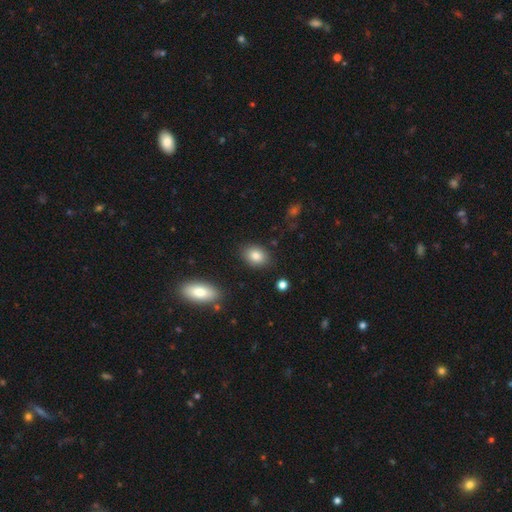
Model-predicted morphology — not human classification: smooth-or-featured: smooth: 84% | star or artifact: 8% | featured or disk: 7%
  how-rounded: in between: 70% | round: 28% | cigar-shaped: 1%
  merging: none: 86% | minor disturbance: 10% | major disturbance: 3% | merger: 2%